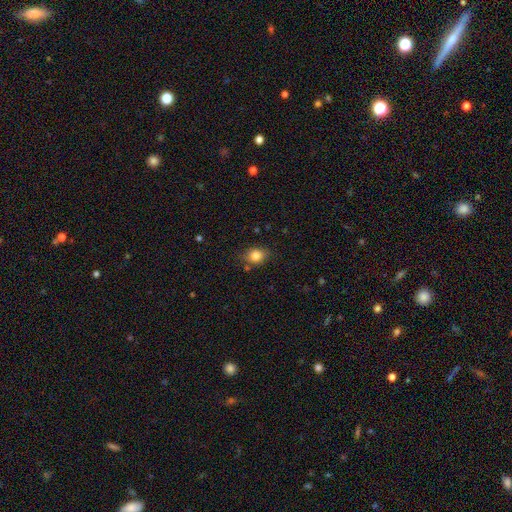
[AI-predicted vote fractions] The model was most divided on "how rounded": in between: 51%, round: 48%, cigar-shaped: 1%. More confident: smooth or featured — smooth (83%); merging — none (77%).